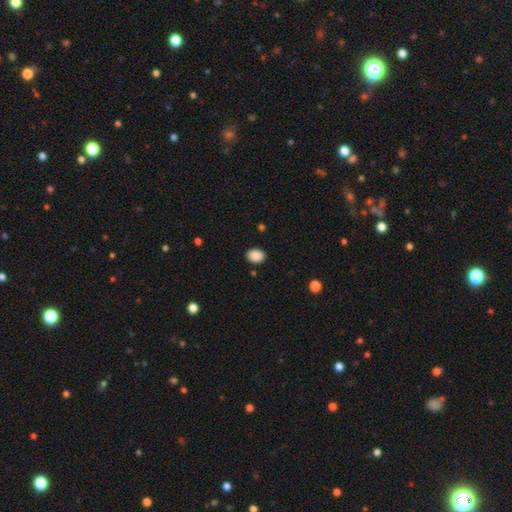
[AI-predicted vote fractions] Smooth or featured? smooth (89%)
How rounded? in between (73%)
Merging? none (88%)